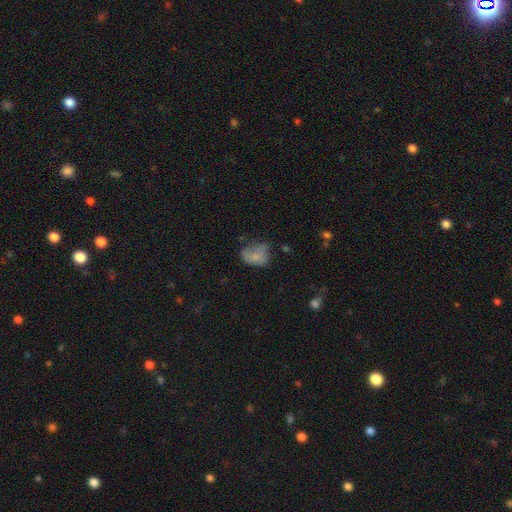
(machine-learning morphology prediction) Smooth or featured: smooth — 70% (featured or disk — 18%)
How rounded: in between — 64% (round — 34%)
Merging: none — 37% (minor disturbance — 34%)